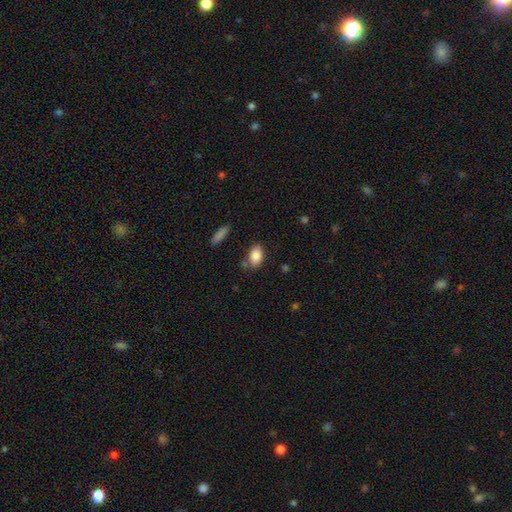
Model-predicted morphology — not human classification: A smooth galaxy with no disk features (86%) that is in between round and cigar-shaped (88%).

Vote fractions:
- Smooth or featured? smooth: 86% / star or artifact: 8% / featured or disk: 7%
- How rounded? in between: 88% / round: 9% / cigar-shaped: 2%
- Merging? none: 77% / minor disturbance: 14% / merger: 6% / major disturbance: 3%